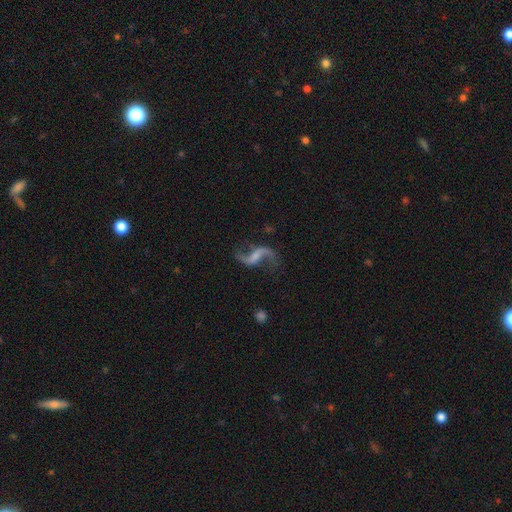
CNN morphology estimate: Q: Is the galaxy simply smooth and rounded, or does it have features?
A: featured or disk — 89%.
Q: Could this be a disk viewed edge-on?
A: no — 97%.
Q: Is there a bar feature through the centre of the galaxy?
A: weak — 42%.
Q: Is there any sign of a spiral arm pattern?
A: yes — 96%.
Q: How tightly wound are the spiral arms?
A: loose — 90%.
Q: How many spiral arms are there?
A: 2 — 93%.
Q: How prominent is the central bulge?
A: small — 47%.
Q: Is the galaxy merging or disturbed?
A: none — 73%.